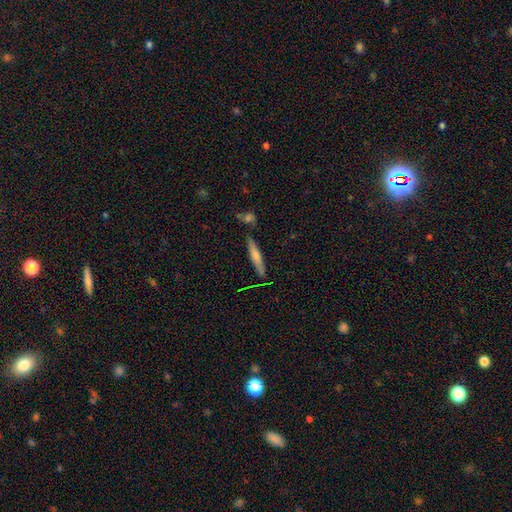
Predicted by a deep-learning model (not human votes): smooth_or_featured: smooth (p=0.59) [alt: featured or disk p=0.34]
how_rounded: cigar-shaped (p=0.88) [alt: in between p=0.10]
merging: none (p=0.78) [alt: minor disturbance p=0.12]